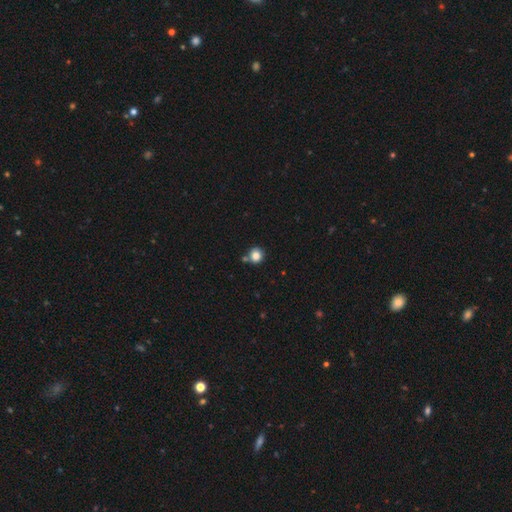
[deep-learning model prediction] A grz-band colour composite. It shows a smooth galaxy with no disk features (83%) that is round (87%). Merging: none (72%).